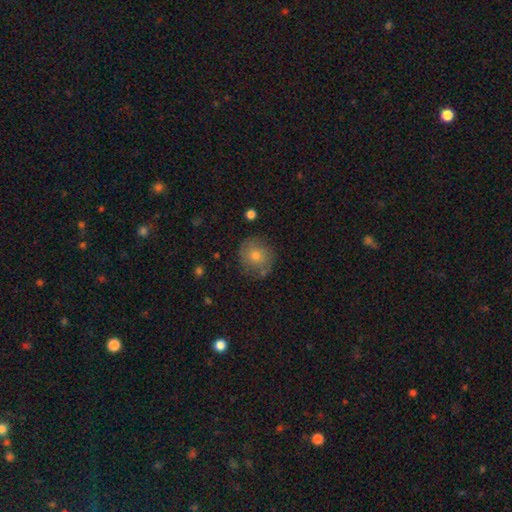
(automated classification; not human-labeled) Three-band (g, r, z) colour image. It shows a smooth galaxy with no disk features (57%) that is round (87%). Merging: none (77%).